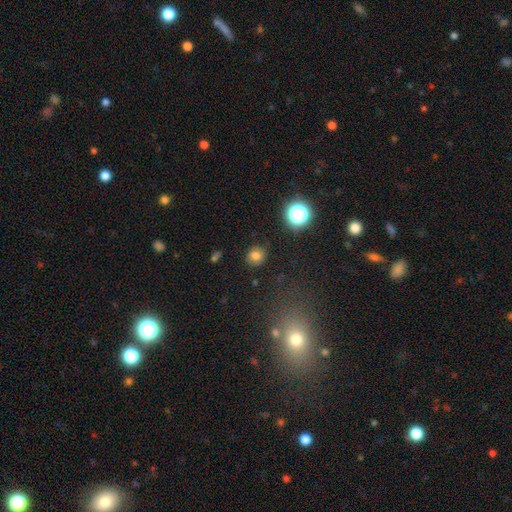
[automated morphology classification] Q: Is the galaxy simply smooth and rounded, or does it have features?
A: smooth — 75%.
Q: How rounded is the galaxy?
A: round — 82%.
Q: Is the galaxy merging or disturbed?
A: none — 85%.